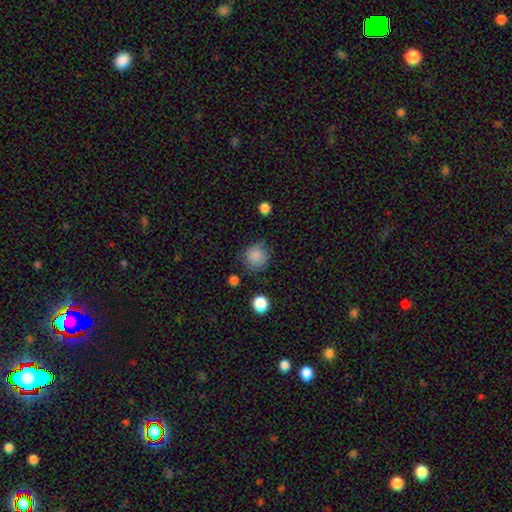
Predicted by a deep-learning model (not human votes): The model was most divided on "merging": none: 78%, minor disturbance: 15%, major disturbance: 5%, merger: 2%. More confident: how rounded — round (92%); smooth or featured — smooth (85%).